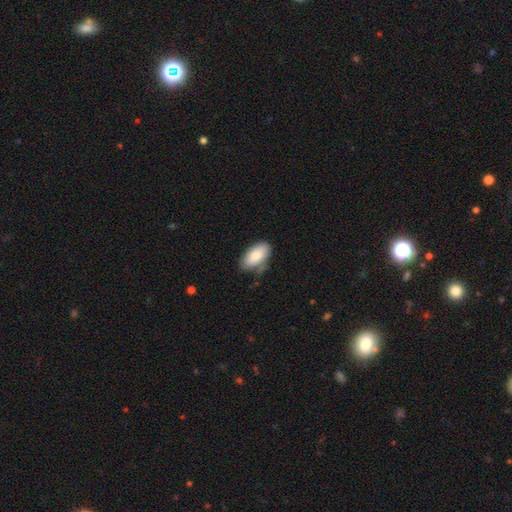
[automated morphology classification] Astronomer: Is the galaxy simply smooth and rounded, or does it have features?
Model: smooth — 81%.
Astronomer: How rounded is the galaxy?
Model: in between — 94%.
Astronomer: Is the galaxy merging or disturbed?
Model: none — 65%.